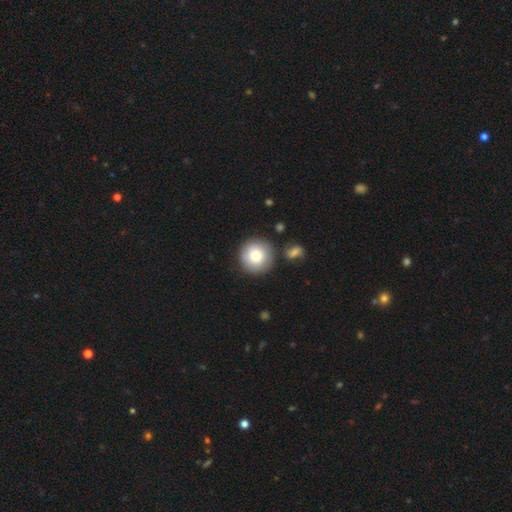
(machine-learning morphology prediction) Q: Smooth or featured?
A: smooth (80%); runner-up: featured or disk (12%)
Q: How rounded?
A: round (95%); runner-up: in between (4%)
Q: Merging?
A: none (82%); runner-up: minor disturbance (9%)